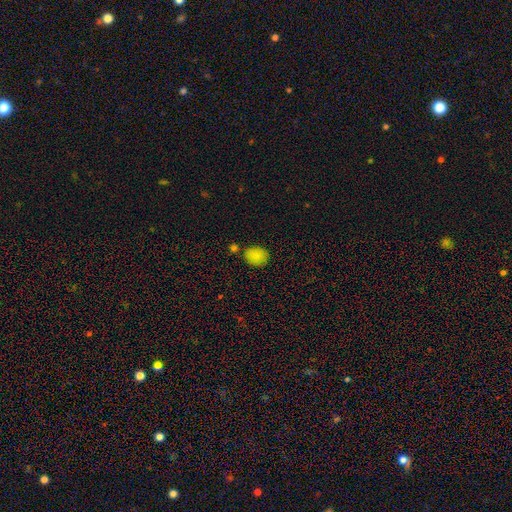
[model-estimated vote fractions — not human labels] This is clearly a smooth galaxy (84%). How rounded: possibly round (55%). Merging: likely none (76%).